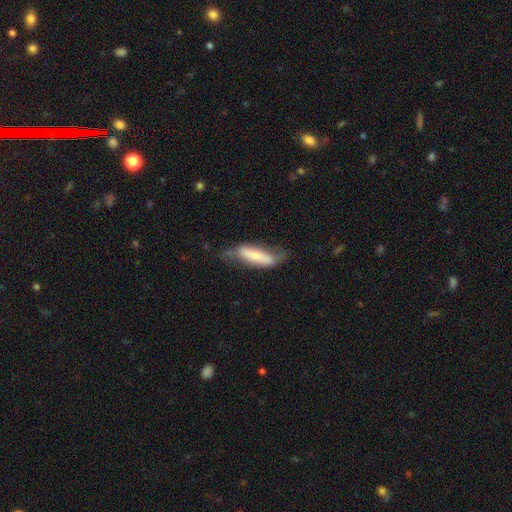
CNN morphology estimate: Smooth or featured? Predicted: smooth (p=0.50). How rounded? Predicted: cigar-shaped (p=0.53). Merging? Predicted: none (p=0.46).